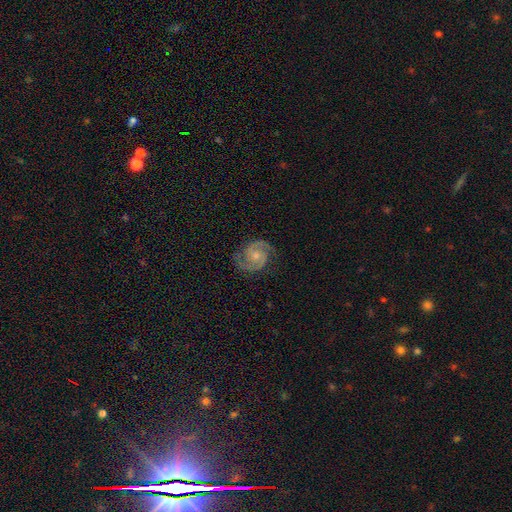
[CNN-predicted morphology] A featured or disk galaxy (89%) with no bar (63%), 2 (92%) medium (53%) spiral arms (98%) and a moderate central bulge (52%).

Vote fractions:
- Smooth or featured? featured or disk: 89% / smooth: 6% / star or artifact: 5%
- Edge-on disk? no: 98% / yes: 2%
- Bar? no: 63% / weak: 32% / strong: 5%
- Spiral arms? yes: 98% / no: 2%
- Spiral winding? medium: 53% / tight: 37% / loose: 10%
- Spiral arm count? 2: 92% / can't tell: 3% / 3: 2% / 1: 1% / 4: 1% / more than 4: 1%
- Bulge size? moderate: 52% / small: 38% / none: 6% / large: 3% / dominant: 1%
- Merging? none: 80% / minor disturbance: 15% / major disturbance: 4% / merger: 1%